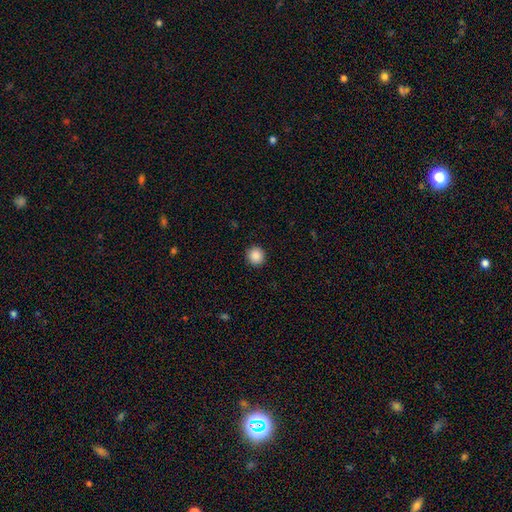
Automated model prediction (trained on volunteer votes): Smooth or featured? smooth (88%)
How rounded? round (93%)
Merging? none (93%)